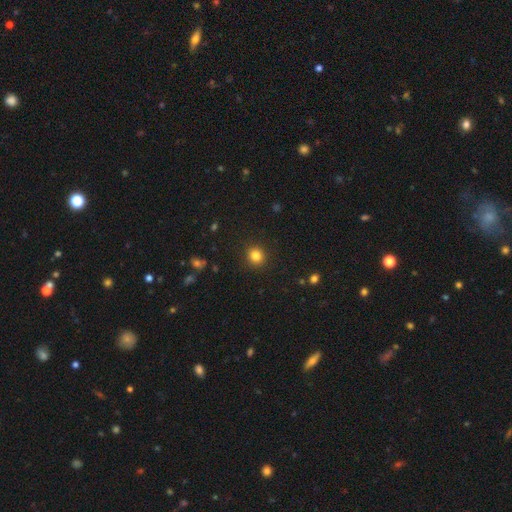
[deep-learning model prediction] smooth 83%, star or artifact 12%, featured or disk 5%. Down the decision tree: how rounded — round (91%); merging — none (91%).